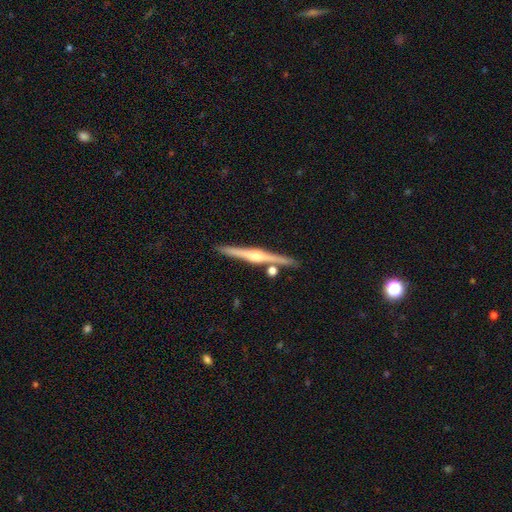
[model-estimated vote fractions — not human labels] smooth-or-featured: featured or disk: 81% | smooth: 14% | star or artifact: 5%
  disk-edge-on: yes: 98% | no: 2%
    edge-on-bulge: rounded: 87% | boxy: 7% | none: 6%
  merging: none: 87% | minor disturbance: 7% | merger: 5% | major disturbance: 2%